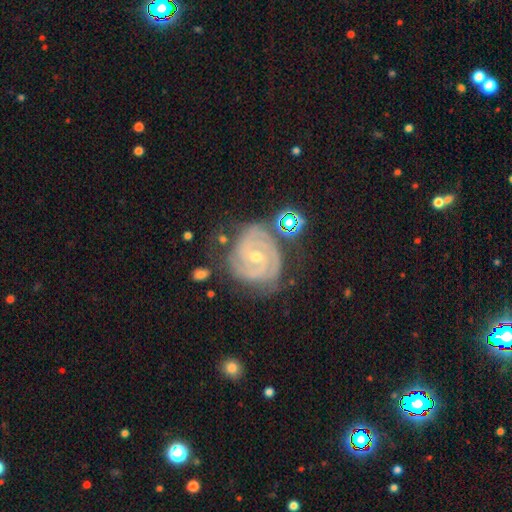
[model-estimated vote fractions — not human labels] Smooth or featured? Predicted: featured or disk (p=0.89). Edge-on disk? Predicted: no (p=0.98). Bar? Predicted: no (p=0.61). Spiral arms? Predicted: yes (p=0.98). Spiral winding? Predicted: tight (p=0.78). Spiral arm count? Predicted: 2 (p=0.36). Bulge size? Predicted: small (p=0.54). Merging? Predicted: none (p=0.67).